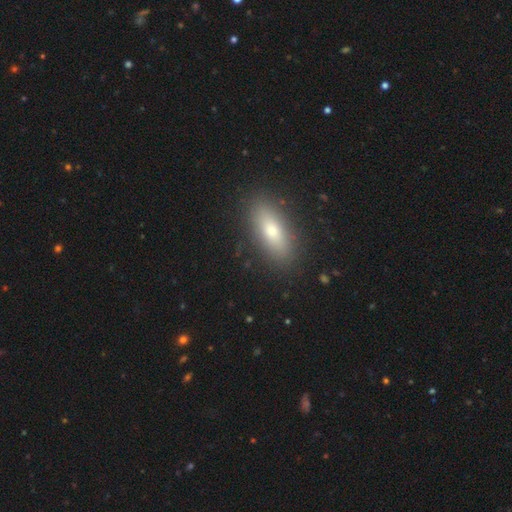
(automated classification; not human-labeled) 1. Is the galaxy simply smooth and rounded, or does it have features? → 67% smooth, 19% featured or disk, 14% star or artifact.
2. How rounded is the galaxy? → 78% in between, 17% cigar-shaped, 5% round.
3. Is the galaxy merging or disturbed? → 89% none, 7% minor disturbance, 2% major disturbance, 1% merger.